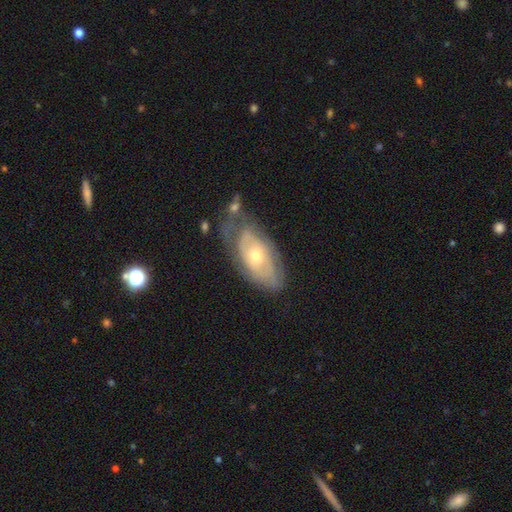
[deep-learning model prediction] This appears to be a featured or disk galaxy (66%) with no bar (78%), spiral arms (65%) and a moderate central bulge (52%). Merging: none (49%).